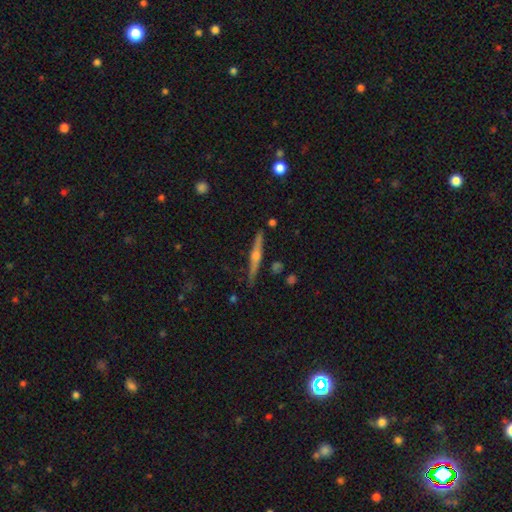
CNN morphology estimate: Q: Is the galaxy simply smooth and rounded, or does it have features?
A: featured or disk — 74%.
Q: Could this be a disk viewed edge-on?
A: yes — 98%.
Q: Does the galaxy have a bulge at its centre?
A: rounded — 87%.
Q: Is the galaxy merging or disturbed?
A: none — 88%.